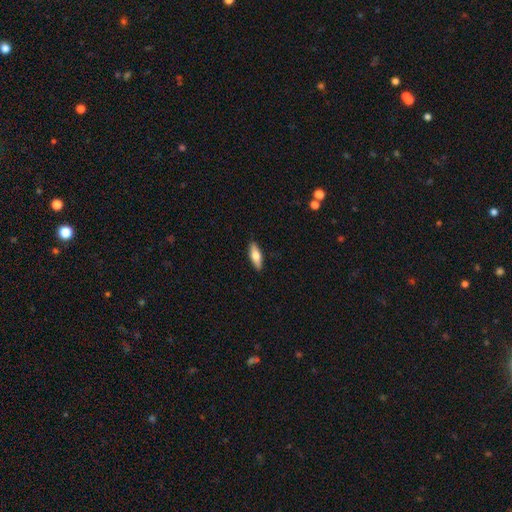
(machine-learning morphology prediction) The model was most divided on "how rounded": in between: 54%, cigar-shaped: 44%, round: 2%. More confident: merging — none (90%); smooth or featured — smooth (65%).